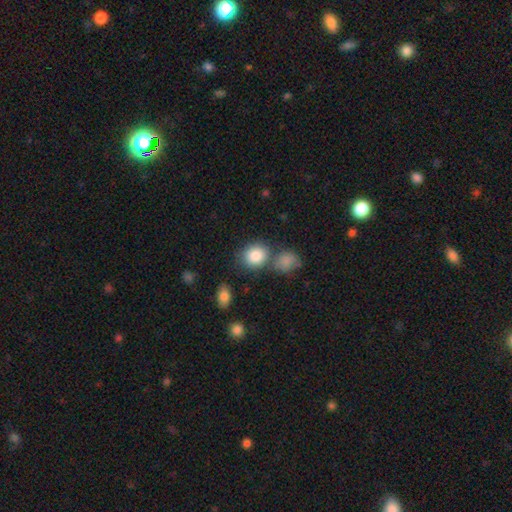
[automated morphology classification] Smooth or featured? smooth (85%)
How rounded? round (63%)
Merging? none (60%)